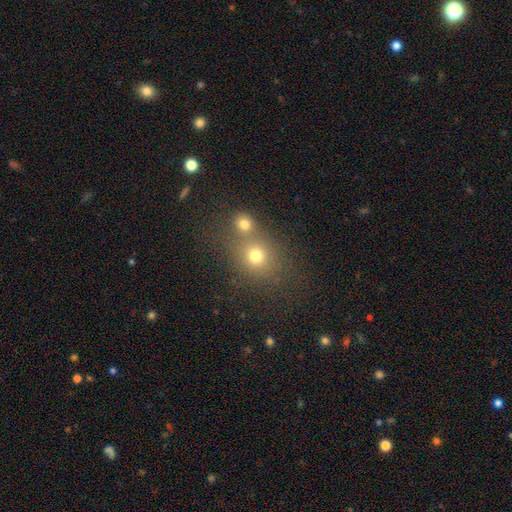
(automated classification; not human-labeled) Q: Smooth or featured?
A: smooth (72%); runner-up: star or artifact (17%)
Q: How rounded?
A: round (75%); runner-up: in between (24%)
Q: Merging?
A: none (49%); runner-up: merger (39%)